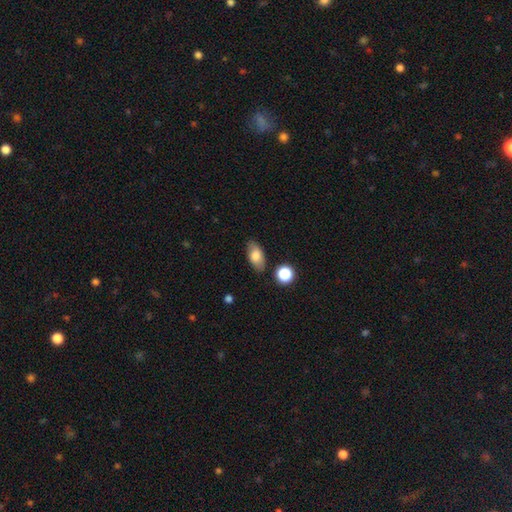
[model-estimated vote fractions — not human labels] Q: Smooth or featured?
A: smooth (77%); runner-up: featured or disk (15%)
Q: How rounded?
A: in between (89%); runner-up: round (6%)
Q: Merging?
A: none (82%); runner-up: minor disturbance (13%)